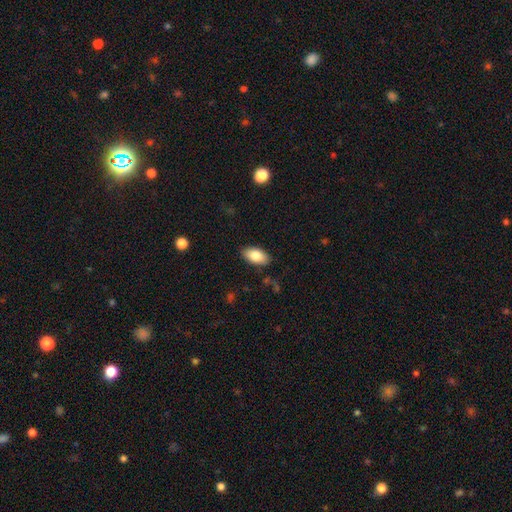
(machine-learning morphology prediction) A smooth galaxy with no disk features (81%) that is in between round and cigar-shaped (93%).

Vote fractions:
- Smooth or featured? smooth: 81% / featured or disk: 12% / star or artifact: 7%
- How rounded? in between: 93% / cigar-shaped: 4% / round: 3%
- Merging? none: 87% / minor disturbance: 10% / major disturbance: 2% / merger: 1%